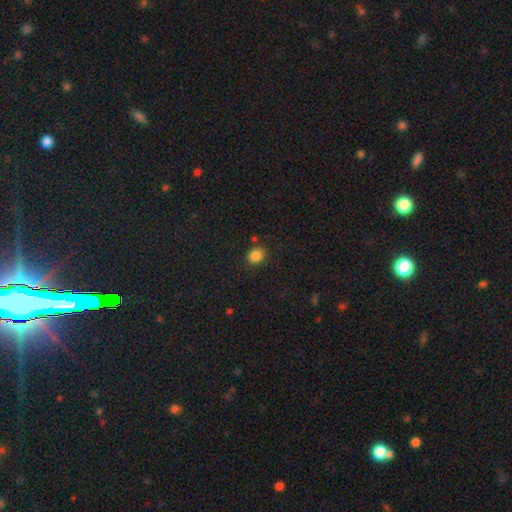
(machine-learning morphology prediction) smooth-or-featured: smooth: 84% | star or artifact: 12% | featured or disk: 4%
  how-rounded: round: 55% | in between: 44% | cigar-shaped: 1%
  merging: none: 80% | minor disturbance: 13% | major disturbance: 4% | merger: 4%